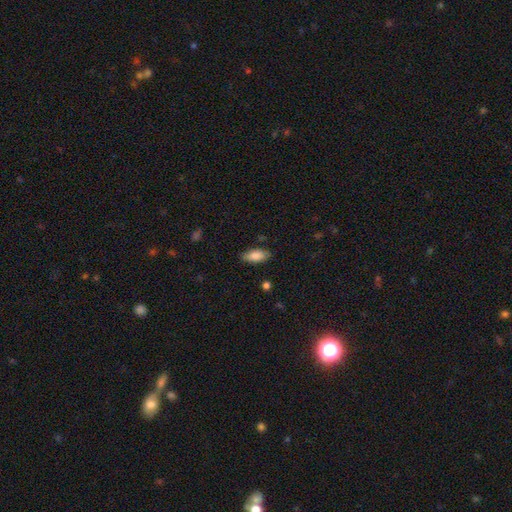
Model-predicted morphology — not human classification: Smooth or featured?
  - smooth: 86% *
  - featured or disk: 8%
  - star or artifact: 6%
How rounded?
  - in between: 88% *
  - cigar-shaped: 9%
  - round: 2%
Merging?
  - none: 84% *
  - minor disturbance: 12%
  - major disturbance: 3%
  - merger: 1%